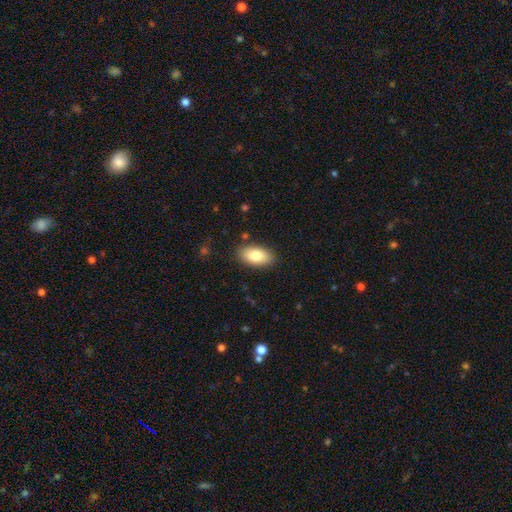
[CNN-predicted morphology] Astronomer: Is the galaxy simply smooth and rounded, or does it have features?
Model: smooth — 81%.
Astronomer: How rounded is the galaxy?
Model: in between — 93%.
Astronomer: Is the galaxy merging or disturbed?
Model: none — 87%.